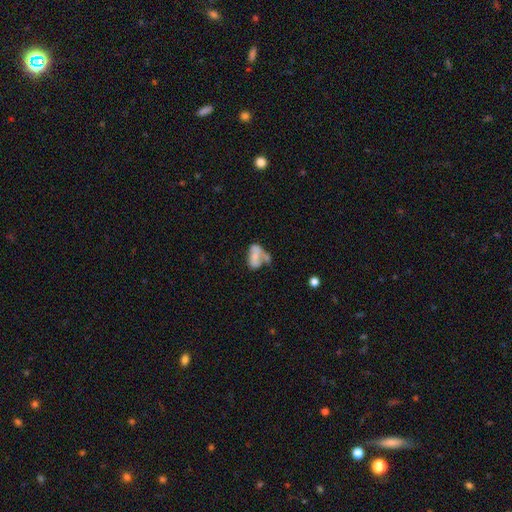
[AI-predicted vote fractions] Morphology: type=smooth (55%); roundness=in between (87%); merging=merger (36%).